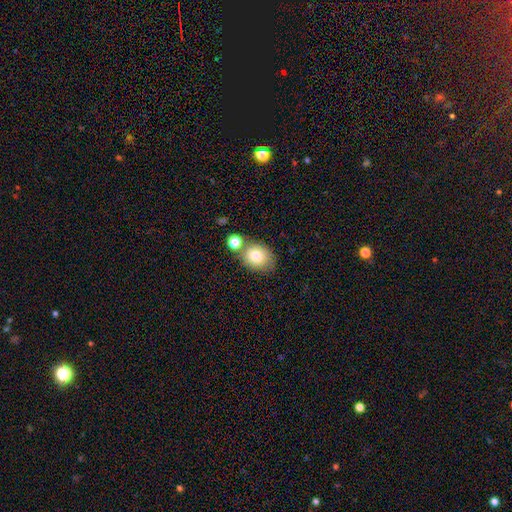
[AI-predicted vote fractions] Smooth or featured?
  - smooth: 81% *
  - featured or disk: 10%
  - star or artifact: 9%
How rounded?
  - in between: 55% *
  - round: 44%
  - cigar-shaped: 1%
Merging?
  - none: 59% *
  - merger: 22%
  - minor disturbance: 15%
  - major disturbance: 4%